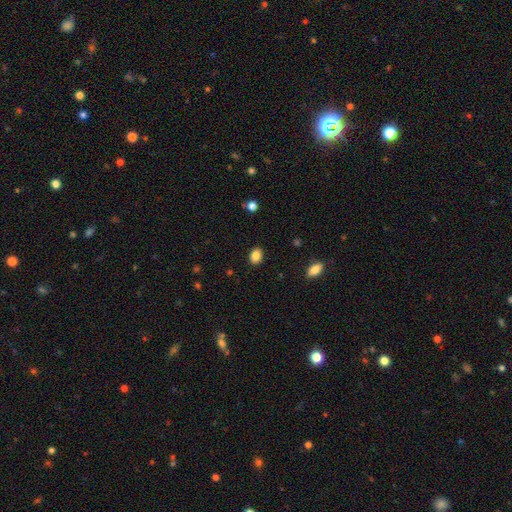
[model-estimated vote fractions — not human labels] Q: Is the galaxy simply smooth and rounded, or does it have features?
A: smooth — 86%.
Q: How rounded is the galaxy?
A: in between — 65%.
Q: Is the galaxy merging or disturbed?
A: none — 89%.